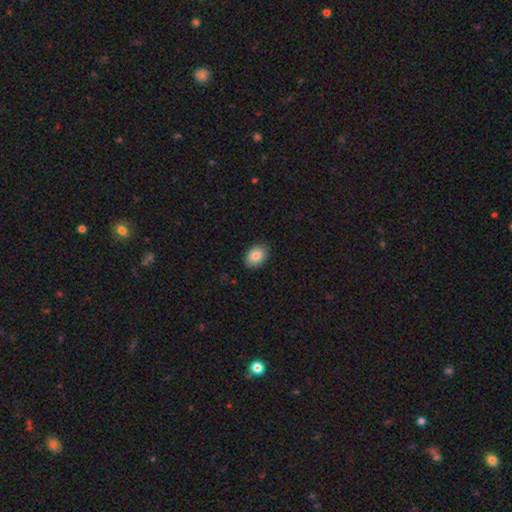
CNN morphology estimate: Q: Smooth or featured?
A: smooth (86%); runner-up: star or artifact (8%)
Q: How rounded?
A: in between (77%); runner-up: round (22%)
Q: Merging?
A: none (88%); runner-up: minor disturbance (9%)